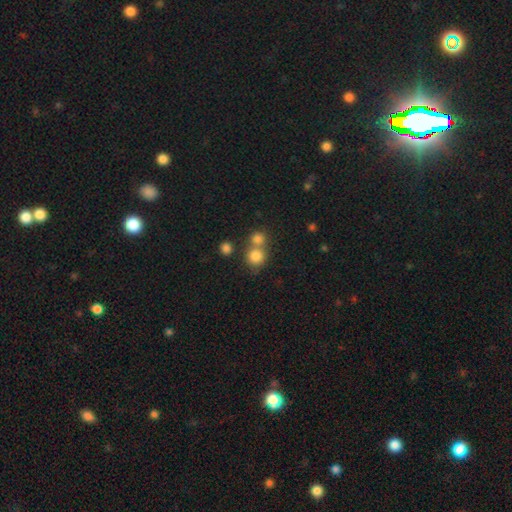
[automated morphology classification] Smooth or featured? smooth (82%)
How rounded? round (89%)
Merging? none (52%)